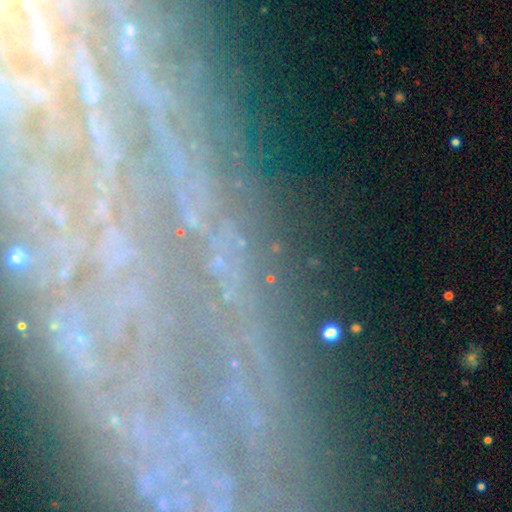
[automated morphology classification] Q: Smooth or featured?
A: featured or disk (46%); runner-up: star or artifact (40%)
Q: Merging?
A: none (75%); runner-up: minor disturbance (14%)